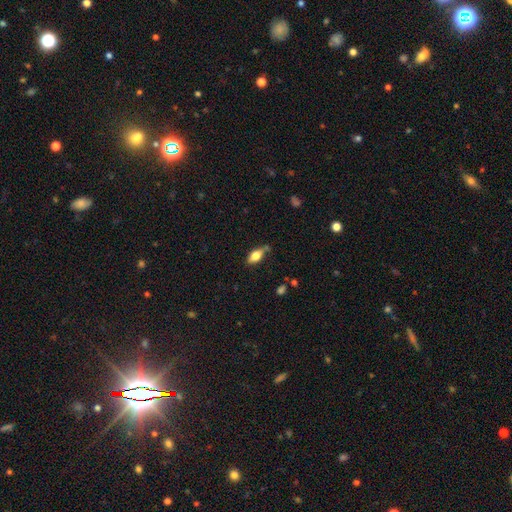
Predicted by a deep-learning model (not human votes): A smooth galaxy with no disk features (67%) that is in between round and cigar-shaped (82%). Merging: none (67%).